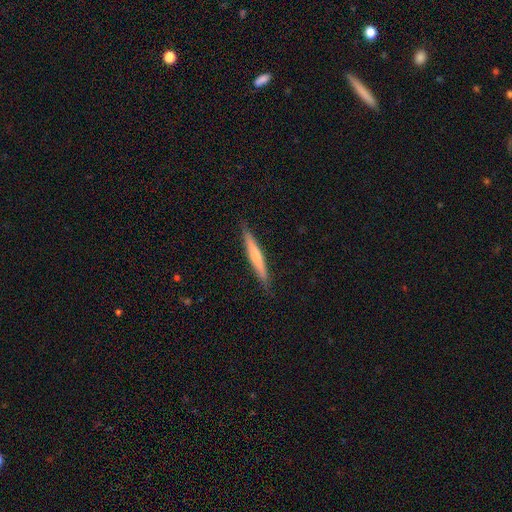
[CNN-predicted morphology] Smooth or featured? Predicted: featured or disk (p=0.55). Edge-on disk? Predicted: yes (p=0.96). Edge-on bulge? Predicted: rounded (p=0.67). Merging? Predicted: none (p=0.90).